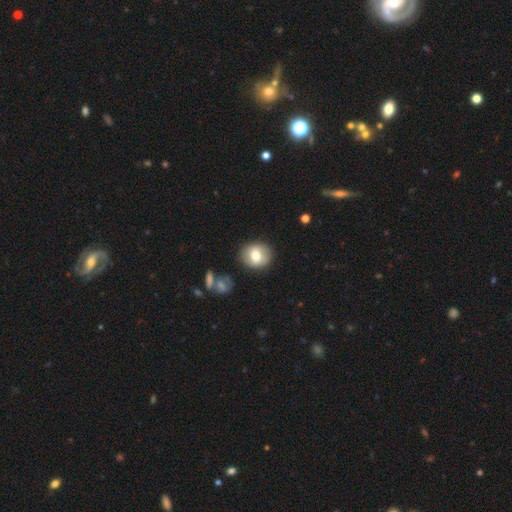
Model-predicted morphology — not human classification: smooth 71%, featured or disk 21%, star or artifact 8%. Down the decision tree: how rounded — round (72%); merging — none (84%).